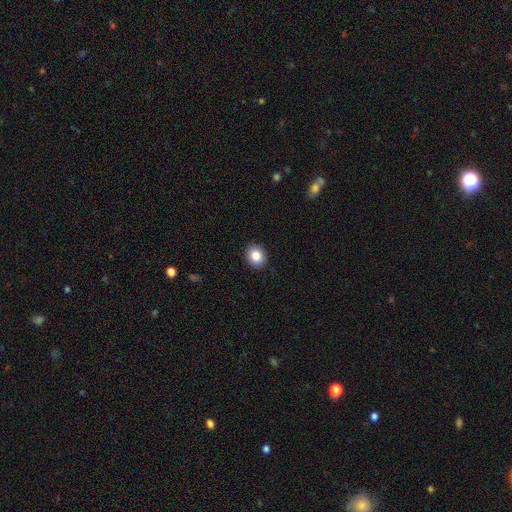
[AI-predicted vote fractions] Smooth or featured? Predicted: smooth (p=0.85). How rounded? Predicted: round (p=0.59). Merging? Predicted: none (p=0.91).